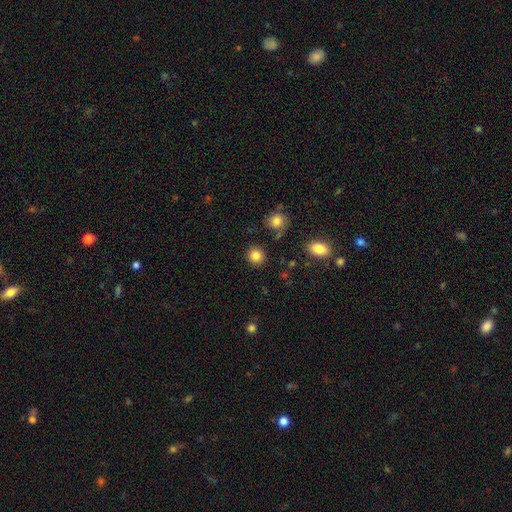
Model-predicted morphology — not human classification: This is clearly a smooth galaxy (85%). How rounded: clearly round (90%). Merging: clearly none (88%).